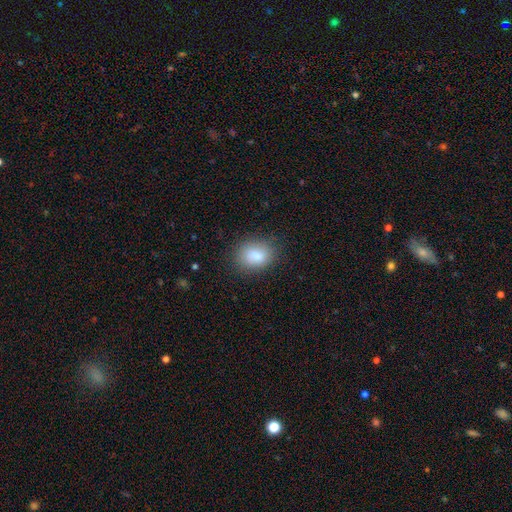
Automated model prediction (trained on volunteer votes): The model was most divided on "how rounded": in between: 61%, round: 38%, cigar-shaped: 1%. More confident: smooth or featured — smooth (84%); merging — none (80%).